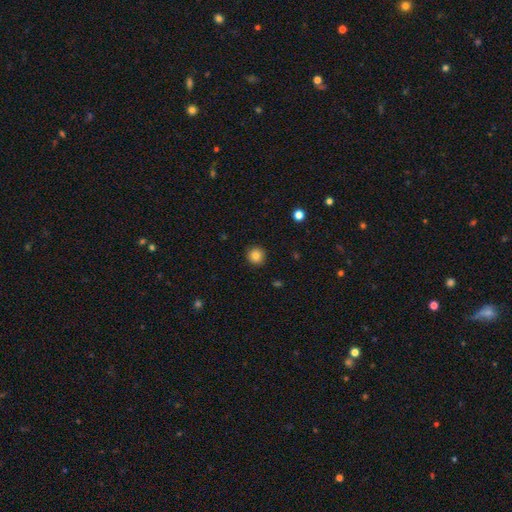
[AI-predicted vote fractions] The model was most divided on "smooth or featured": smooth: 84%, star or artifact: 11%, featured or disk: 6%. More confident: how rounded — round (94%); merging — none (92%).